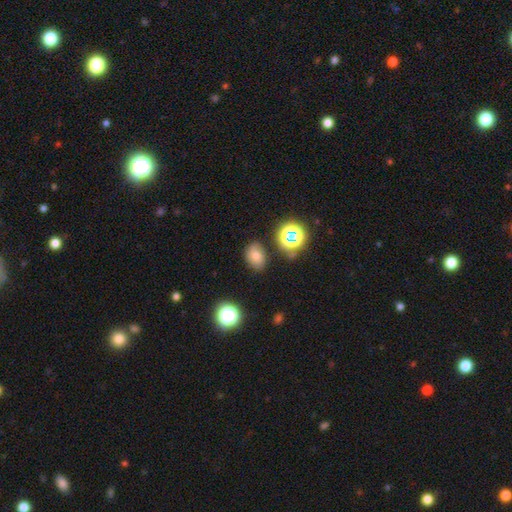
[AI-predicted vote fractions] Smooth or featured? smooth (67%)
How rounded? in between (65%)
Merging? none (80%)